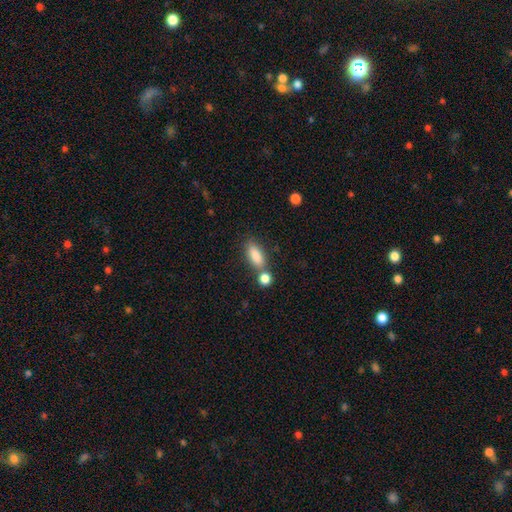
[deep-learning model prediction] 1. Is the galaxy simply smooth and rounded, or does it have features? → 84% smooth, 8% featured or disk, 8% star or artifact.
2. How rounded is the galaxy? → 76% in between, 20% cigar-shaped, 4% round.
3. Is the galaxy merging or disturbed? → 60% none, 23% merger, 13% minor disturbance, 4% major disturbance.